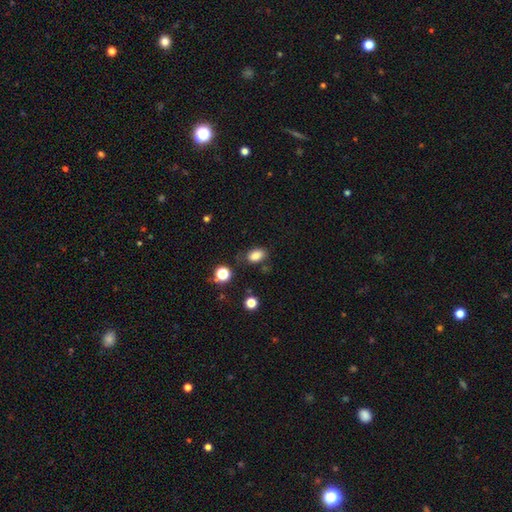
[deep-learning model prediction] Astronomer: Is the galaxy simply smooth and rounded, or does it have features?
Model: smooth — 83%.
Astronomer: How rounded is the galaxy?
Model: in between — 85%.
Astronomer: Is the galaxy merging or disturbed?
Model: none — 76%.